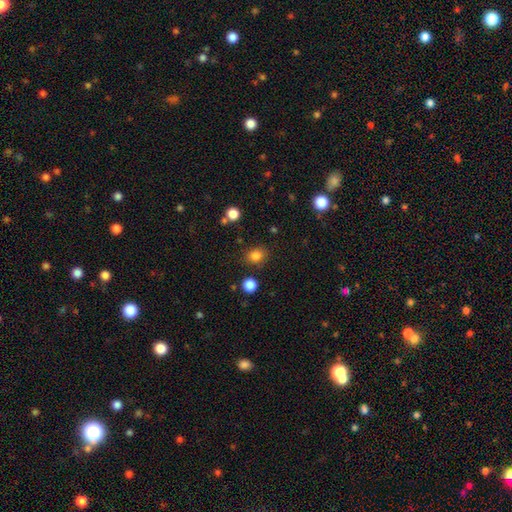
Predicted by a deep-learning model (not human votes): This is clearly a smooth galaxy (83%). How rounded: likely round (67%). Merging: clearly none (82%).